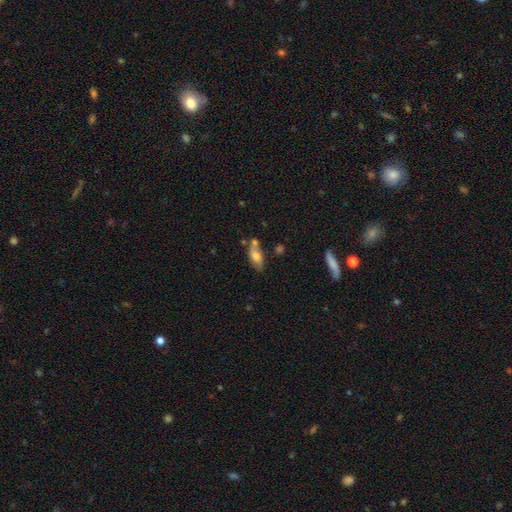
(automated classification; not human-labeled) Overall: smooth (66%; featured or disk 26%). How rounded: in between (80%). Merging: none (55%; minor disturbance 21%).